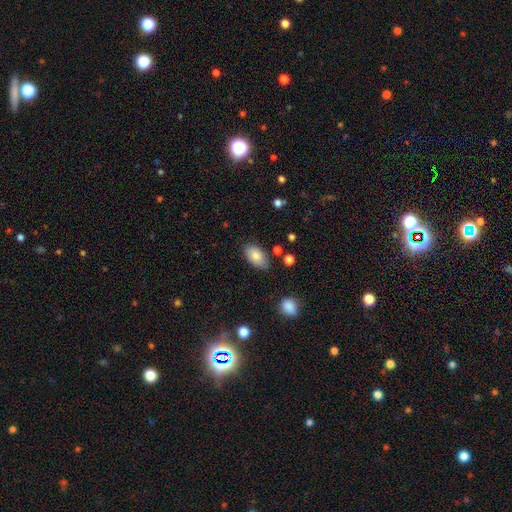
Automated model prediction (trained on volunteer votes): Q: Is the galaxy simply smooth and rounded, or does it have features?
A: smooth — 82%.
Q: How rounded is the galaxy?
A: in between — 93%.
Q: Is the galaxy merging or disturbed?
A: none — 78%.